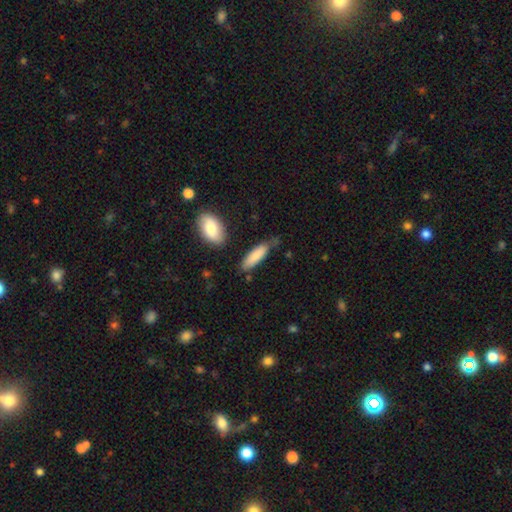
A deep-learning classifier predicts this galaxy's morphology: This is clearly a smooth galaxy (81%). How rounded: possibly cigar-shaped (51%). Merging: likely none (66%).